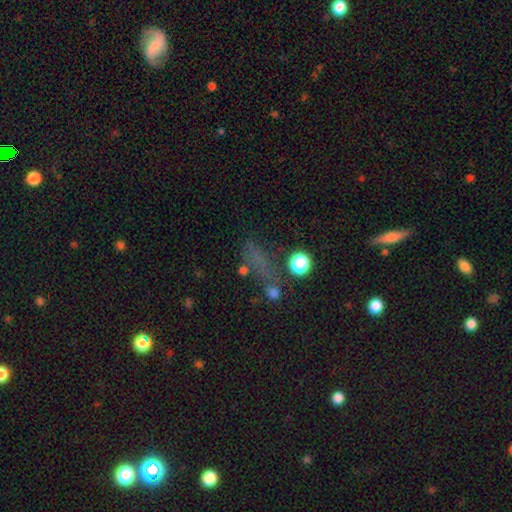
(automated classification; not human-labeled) This appears to be a smooth galaxy with no disk features (46%). Merging: none (61%).